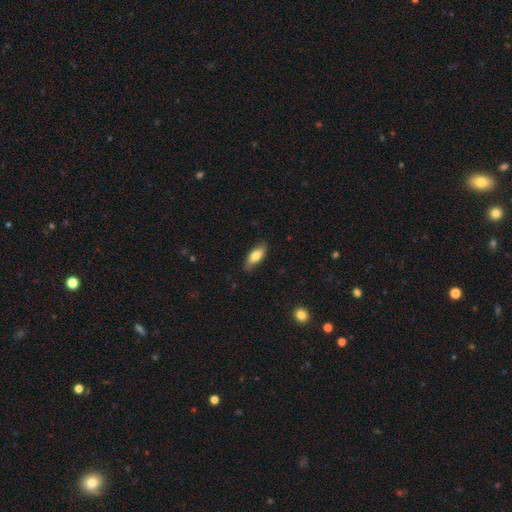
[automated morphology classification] smooth-or-featured: smooth: 78% | featured or disk: 16% | star or artifact: 6%
  how-rounded: in between: 76% | cigar-shaped: 21% | round: 3%
  merging: none: 82% | minor disturbance: 14% | major disturbance: 3% | merger: 1%